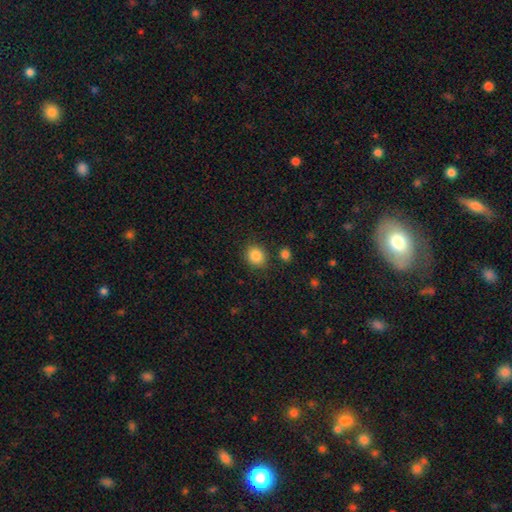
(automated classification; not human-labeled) Q: Smooth or featured?
A: smooth (86%); runner-up: star or artifact (9%)
Q: How rounded?
A: round (80%); runner-up: in between (20%)
Q: Merging?
A: none (84%); runner-up: minor disturbance (10%)